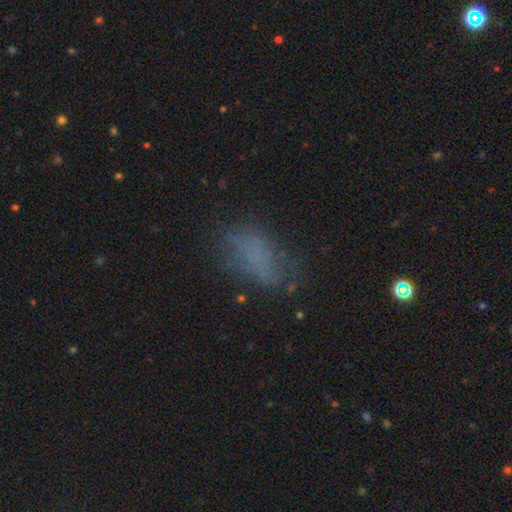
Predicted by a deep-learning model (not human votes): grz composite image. It shows a smooth galaxy with no disk features (61%) that is in between round and cigar-shaped (86%). Merging: none (57%).